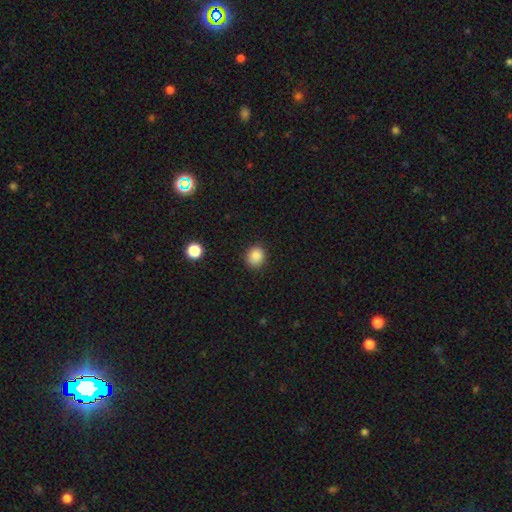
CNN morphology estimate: Smooth or featured?
  - smooth: 86% *
  - star or artifact: 10%
  - featured or disk: 4%
How rounded?
  - round: 81% *
  - in between: 18%
  - cigar-shaped: 1%
Merging?
  - none: 89% *
  - minor disturbance: 8%
  - major disturbance: 2%
  - merger: 1%